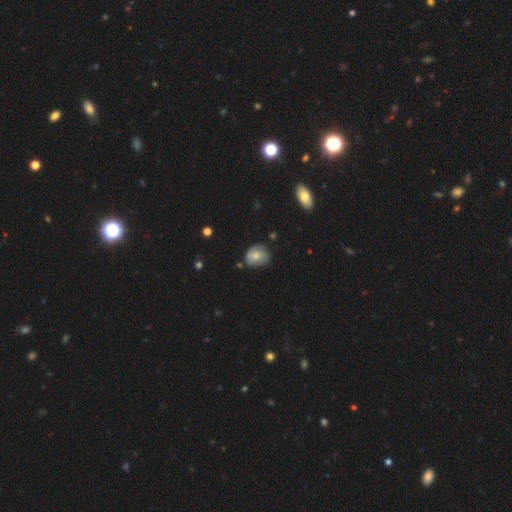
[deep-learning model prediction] A smooth galaxy with no disk features (58%) that is round (63%). Merging: none (62%).